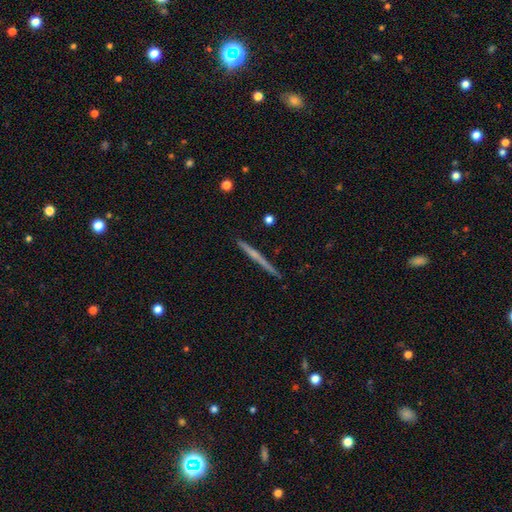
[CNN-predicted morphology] A featured or disk galaxy (62%) viewed edge-on (98%) with no central bulge (67%).

Vote fractions:
- Smooth or featured? featured or disk: 62% / smooth: 33% / star or artifact: 6%
- Edge-on disk? yes: 98% / no: 2%
- Edge-on bulge? none: 67% / rounded: 28% / boxy: 6%
- Merging? none: 90% / minor disturbance: 7% / merger: 1% / major disturbance: 1%